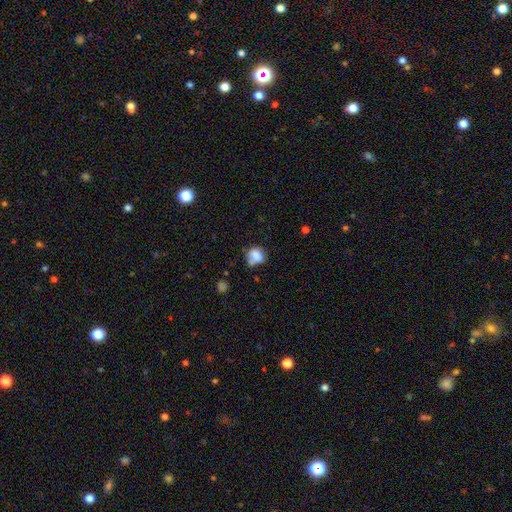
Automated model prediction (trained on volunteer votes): Smooth or featured: smooth — 79% (star or artifact — 11%)
How rounded: round — 62% (in between — 37%)
Merging: none — 46% (minor disturbance — 27%)